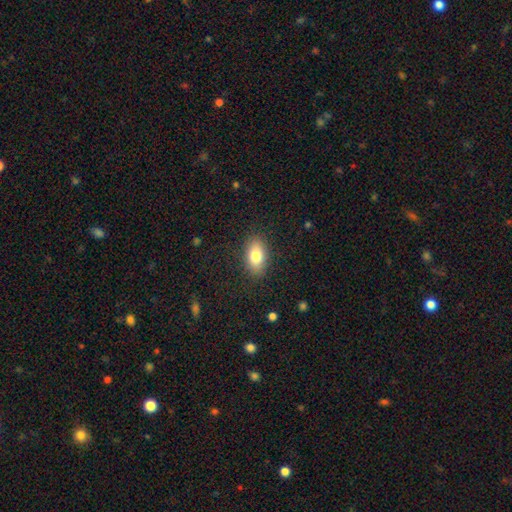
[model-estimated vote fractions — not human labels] This is clearly a smooth galaxy (80%). How rounded: clearly in between (90%). Merging: clearly none (87%).